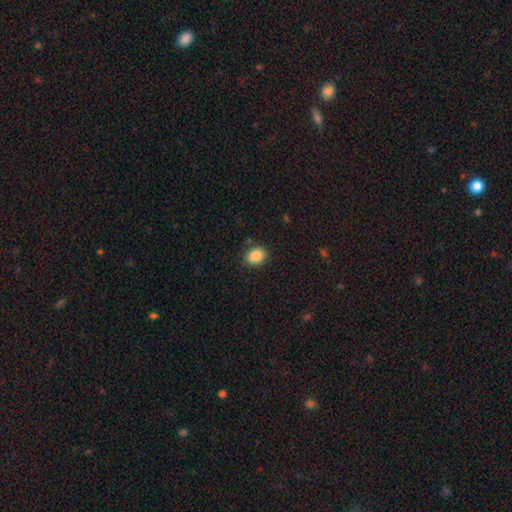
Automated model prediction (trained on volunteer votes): The model was most divided on "how rounded": in between: 50%, round: 49%, cigar-shaped: 1%. More confident: smooth or featured — smooth (87%); merging — none (85%).